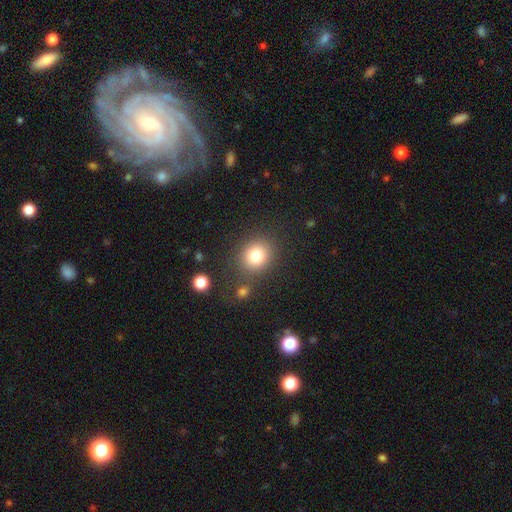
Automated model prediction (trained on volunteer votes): A smooth galaxy with no disk features (80%) that is round (78%).

Vote fractions:
- Smooth or featured? smooth: 80% / star or artifact: 12% / featured or disk: 8%
- How rounded? round: 78% / in between: 22% / cigar-shaped: 1%
- Merging? none: 80% / minor disturbance: 9% / merger: 6% / major disturbance: 4%